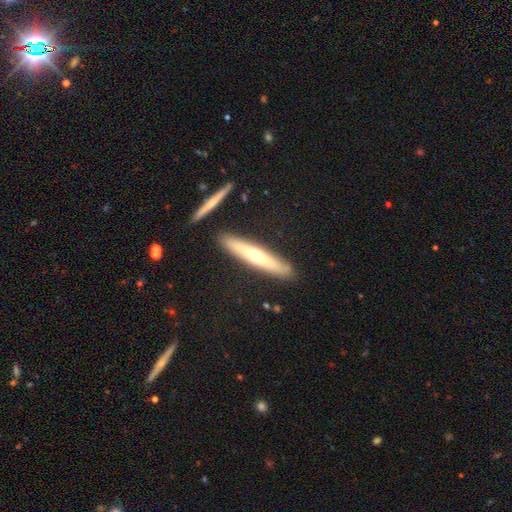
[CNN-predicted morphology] A featured or disk galaxy (49%).

Vote fractions:
- Smooth or featured? featured or disk: 49% / smooth: 45% / star or artifact: 6%
- Merging? none: 87% / minor disturbance: 8% / merger: 3% / major disturbance: 2%